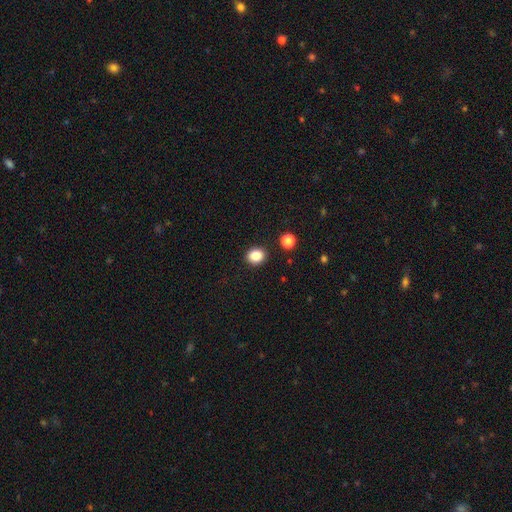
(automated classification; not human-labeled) The model was most divided on "how rounded": round: 66%, in between: 33%, cigar-shaped: 1%. More confident: merging — none (89%); smooth or featured — smooth (86%).